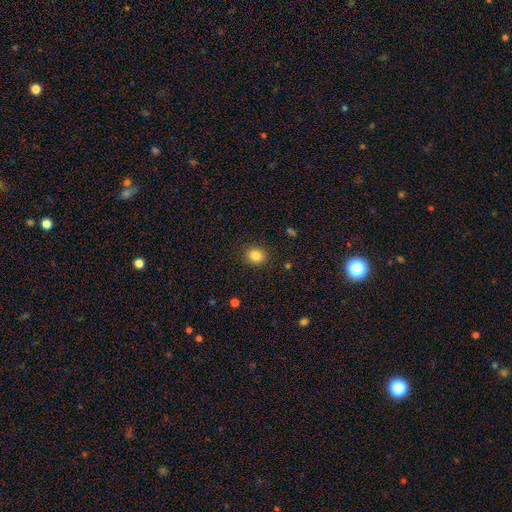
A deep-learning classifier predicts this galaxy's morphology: A smooth galaxy with no disk features (83%) that is round (74%).

Vote fractions:
- Smooth or featured? smooth: 83% / star or artifact: 11% / featured or disk: 6%
- How rounded? round: 74% / in between: 25% / cigar-shaped: 1%
- Merging? none: 89% / minor disturbance: 7% / major disturbance: 2% / merger: 1%